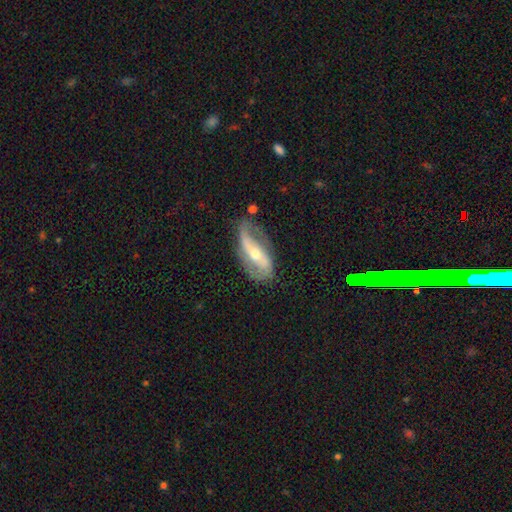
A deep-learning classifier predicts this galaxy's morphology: The model was most divided on "bulge size": moderate: 53%, small: 42%, large: 3%, none: 1%, dominant: 1%. Remaining: edge-on disk — no (90%); spiral arms — yes (86%); smooth or featured — featured or disk (80%); spiral arm count — 2 (80%); merging — none (62%); bar — strong (50%); spiral winding — loose (46%).